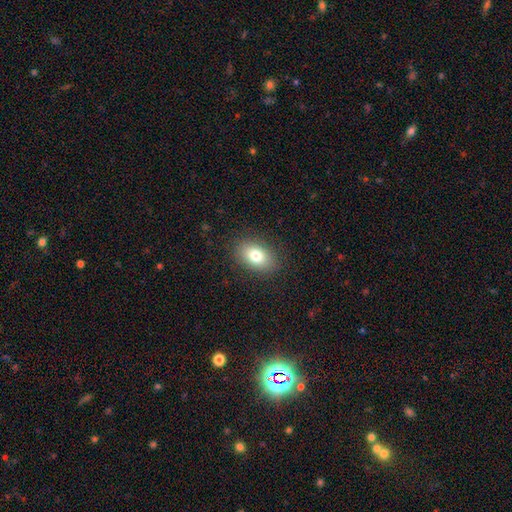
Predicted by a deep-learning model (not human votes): smooth-or-featured: smooth: 78% | featured or disk: 12% | star or artifact: 10%
  how-rounded: in between: 84% | round: 15% | cigar-shaped: 1%
  merging: none: 87% | minor disturbance: 9% | major disturbance: 3% | merger: 1%